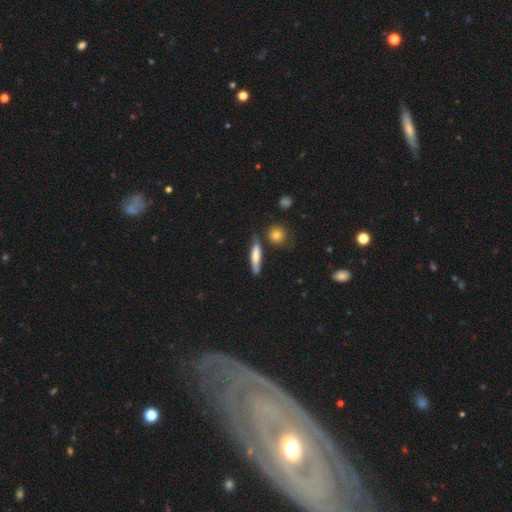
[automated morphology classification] This appears to be a smooth galaxy with no disk features (71%) that is cigar-shaped (80%). Merging: none (73%).